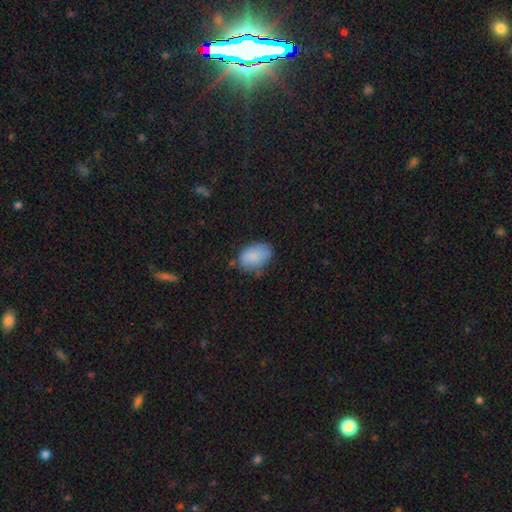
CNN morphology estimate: Smooth or featured?
  - smooth: 84% *
  - featured or disk: 9%
  - star or artifact: 7%
How rounded?
  - in between: 84% *
  - round: 15%
  - cigar-shaped: 1%
Merging?
  - none: 64% *
  - minor disturbance: 27%
  - major disturbance: 6%
  - merger: 3%